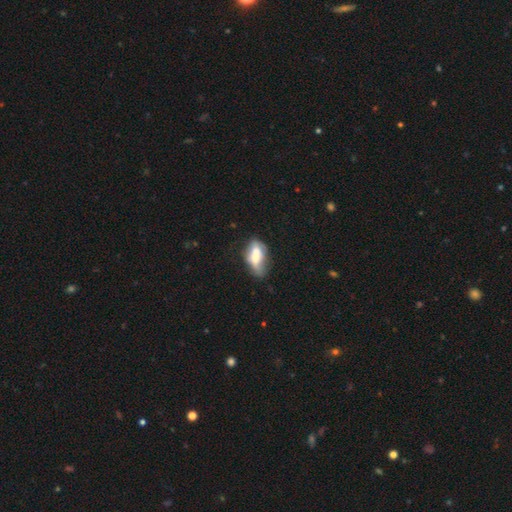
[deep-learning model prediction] Q: Smooth or featured?
A: smooth (60%); runner-up: featured or disk (32%)
Q: How rounded?
A: in between (83%); runner-up: cigar-shaped (13%)
Q: Merging?
A: none (42%); runner-up: minor disturbance (33%)